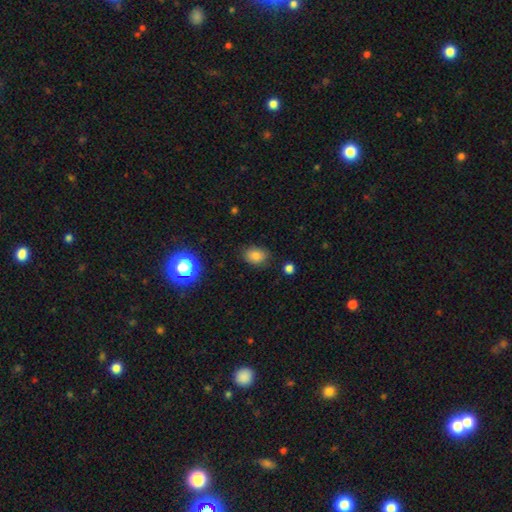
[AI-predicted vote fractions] smooth-or-featured: smooth: 80% | star or artifact: 13% | featured or disk: 7%
  how-rounded: in between: 63% | round: 36% | cigar-shaped: 1%
  merging: none: 81% | minor disturbance: 14% | major disturbance: 3% | merger: 2%